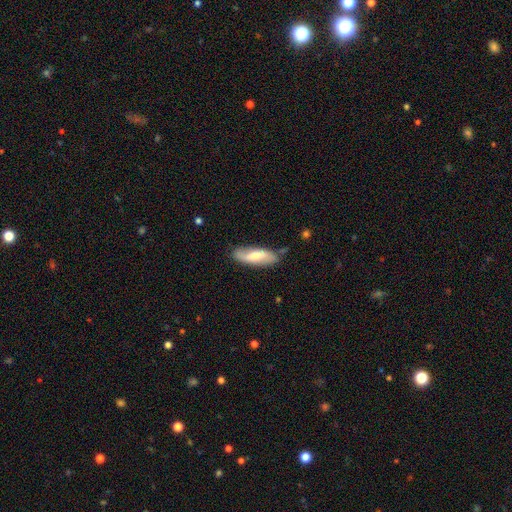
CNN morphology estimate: Q: Smooth or featured?
A: smooth (48%); runner-up: featured or disk (46%)
Q: Merging?
A: none (77%); runner-up: minor disturbance (17%)